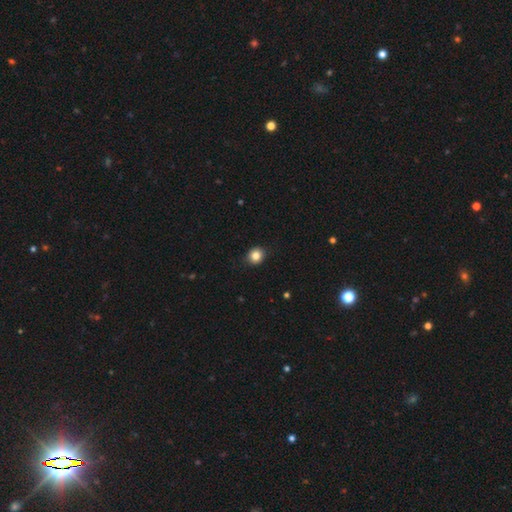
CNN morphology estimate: A smooth galaxy with no disk features (84%) that is round (75%).

Vote fractions:
- Smooth or featured? smooth: 84% / star or artifact: 10% / featured or disk: 6%
- How rounded? round: 75% / in between: 24% / cigar-shaped: 1%
- Merging? none: 89% / minor disturbance: 8% / major disturbance: 2% / merger: 1%